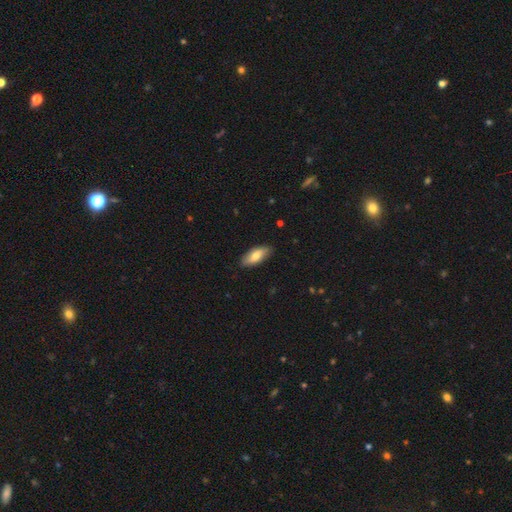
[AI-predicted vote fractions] smooth_or_featured: smooth (p=0.73) [alt: featured or disk p=0.21]
how_rounded: in between (p=0.81) [alt: cigar-shaped p=0.17]
merging: none (p=0.85) [alt: minor disturbance p=0.12]